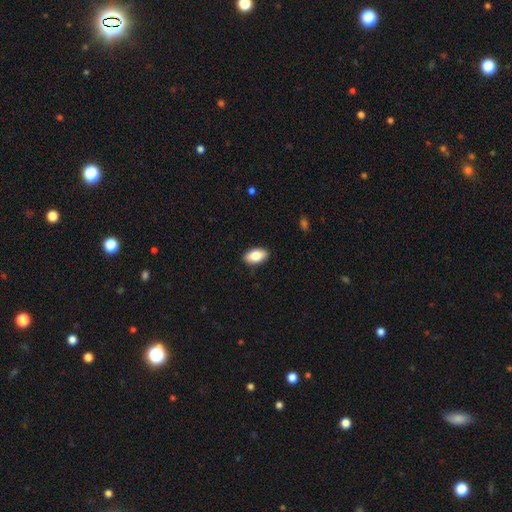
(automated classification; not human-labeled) Smooth or featured?
  - smooth: 85% *
  - featured or disk: 8%
  - star or artifact: 7%
How rounded?
  - in between: 93% *
  - round: 4%
  - cigar-shaped: 2%
Merging?
  - none: 89% *
  - minor disturbance: 8%
  - major disturbance: 2%
  - merger: 1%